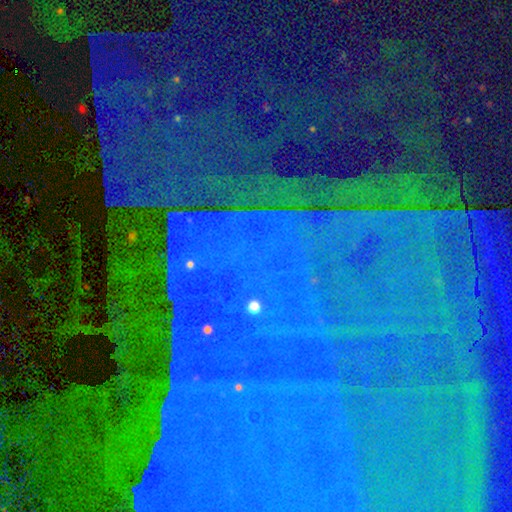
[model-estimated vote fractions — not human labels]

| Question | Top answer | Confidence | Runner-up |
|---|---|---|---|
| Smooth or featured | star or artifact | 86% | featured or disk (8%) |